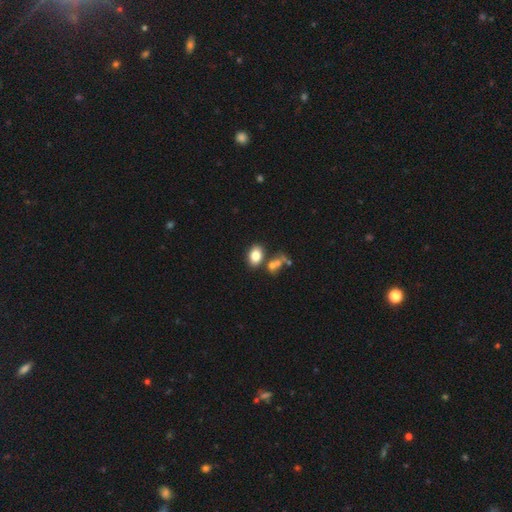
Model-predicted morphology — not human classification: Smooth or featured? smooth (81%)
How rounded? in between (79%)
Merging? none (63%)